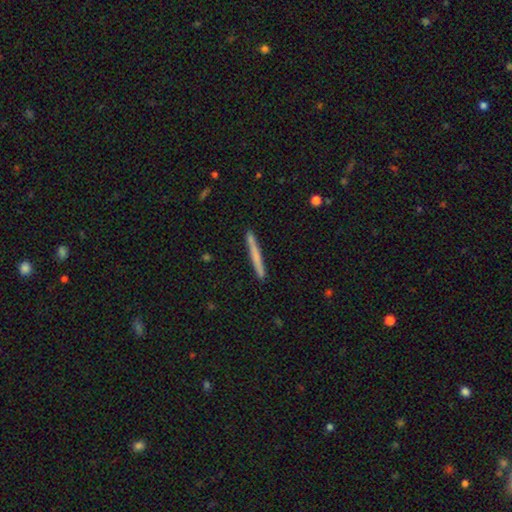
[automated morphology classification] A smooth galaxy with no disk features (63%) that is cigar-shaped (97%).

Vote fractions:
- Smooth or featured? smooth: 63% / featured or disk: 31% / star or artifact: 6%
- How rounded? cigar-shaped: 97% / in between: 2% / round: 1%
- Merging? none: 90% / minor disturbance: 7% / merger: 2% / major disturbance: 1%